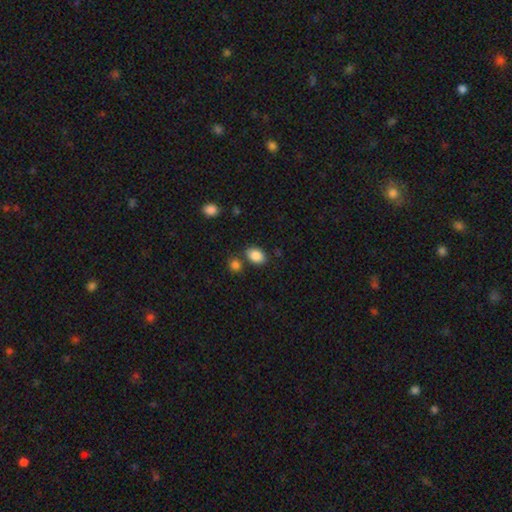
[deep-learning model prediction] Smooth or featured? smooth (87%)
How rounded? in between (79%)
Merging? none (73%)